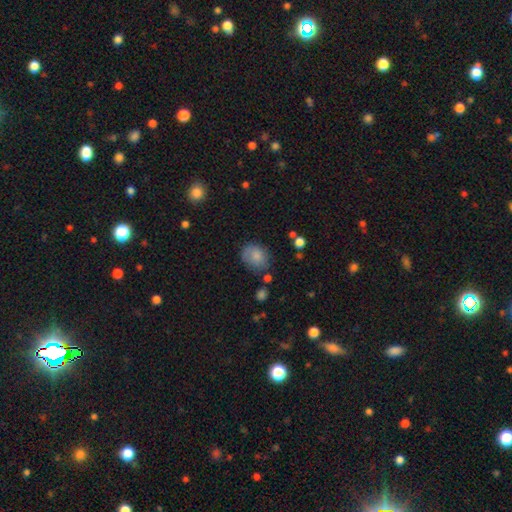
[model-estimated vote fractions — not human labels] Smooth or featured? Predicted: smooth (p=0.80). How rounded? Predicted: in between (p=0.55). Merging? Predicted: none (p=0.60).